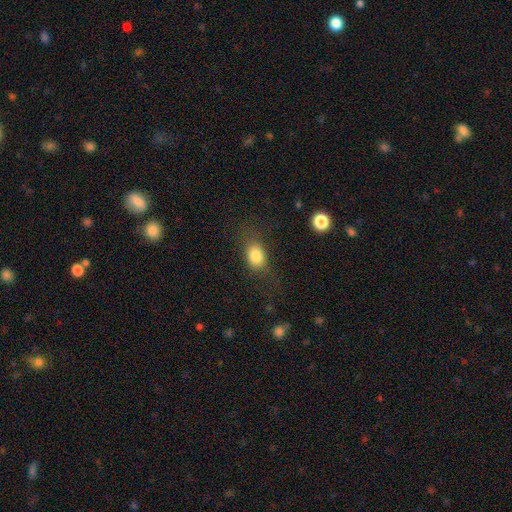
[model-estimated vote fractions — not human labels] smooth-or-featured: smooth: 81% | featured or disk: 10% | star or artifact: 9%
  how-rounded: in between: 71% | round: 27% | cigar-shaped: 2%
  merging: none: 69% | minor disturbance: 18% | major disturbance: 11% | merger: 2%